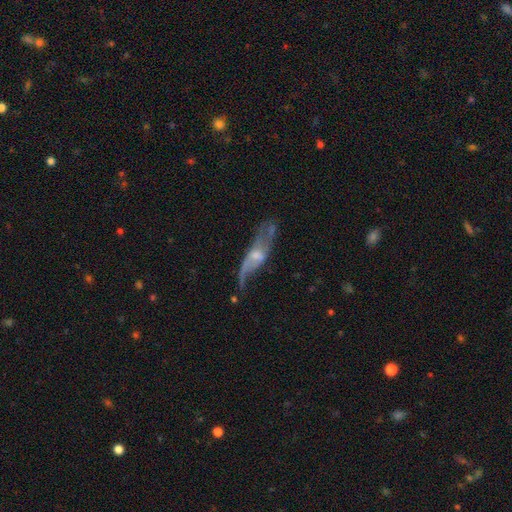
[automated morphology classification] Smooth or featured?
  - featured or disk: 70% *
  - smooth: 22%
  - star or artifact: 8%
Edge-on disk?
  - no: 72% *
  - yes: 28%
Bar?
  - no: 56% *
  - weak: 35%
  - strong: 9%
Spiral arms?
  - yes: 69% *
  - no: 31%
Bulge size?
  - small: 42% *
  - moderate: 40%
  - none: 11%
  - large: 5%
  - dominant: 1%
Merging?
  - none: 41% *
  - major disturbance: 29%
  - minor disturbance: 24%
  - merger: 6%